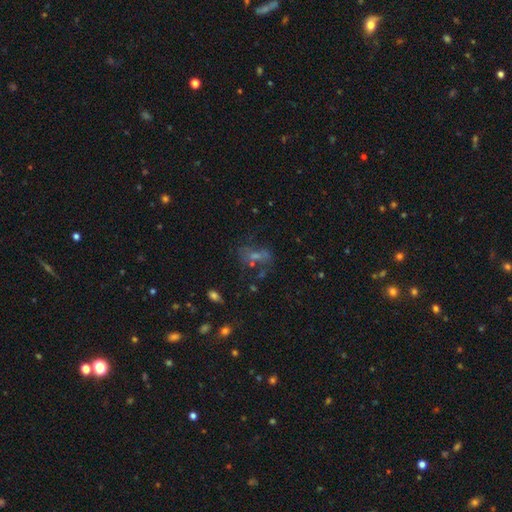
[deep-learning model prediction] This appears to be a star or artifact, not a galaxy (37%).